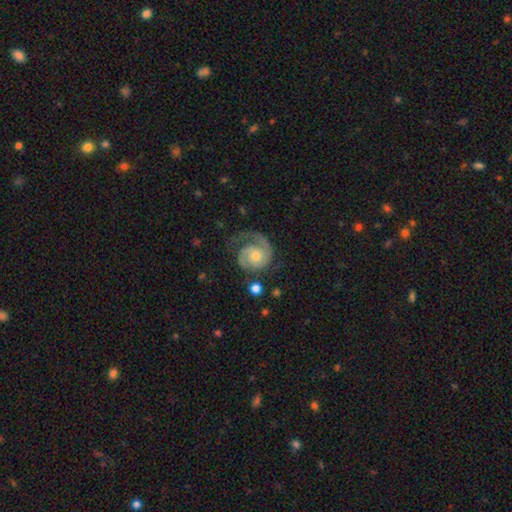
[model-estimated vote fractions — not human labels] smooth_or_featured: featured or disk (p=0.86) [alt: smooth p=0.09]
disk_edge_on: no (p=0.98) [alt: yes p=0.02]
bar: no (p=0.74) [alt: weak p=0.22]
has_spiral_arms: yes (p=0.97) [alt: no p=0.03]
spiral_winding: tight (p=0.51) [alt: medium p=0.37]
spiral_arm_count: 2 (p=0.59) [alt: 1 p=0.31]
bulge_size: small (p=0.51) [alt: moderate p=0.43]
merging: none (p=0.62) [alt: minor disturbance p=0.19]